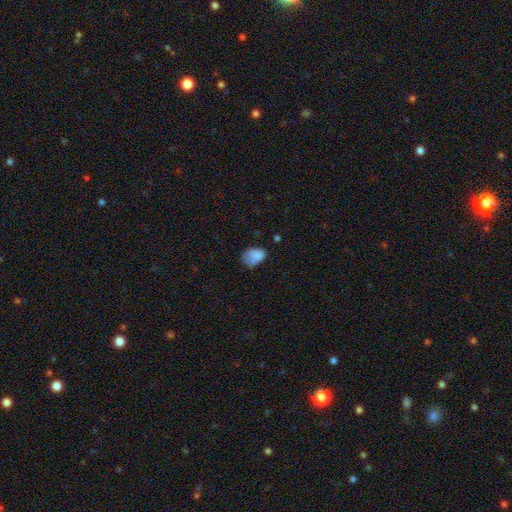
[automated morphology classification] smooth 80%, star or artifact 10%, featured or disk 10%. Down the decision tree: how rounded — in between (79%); merging — none (46%).